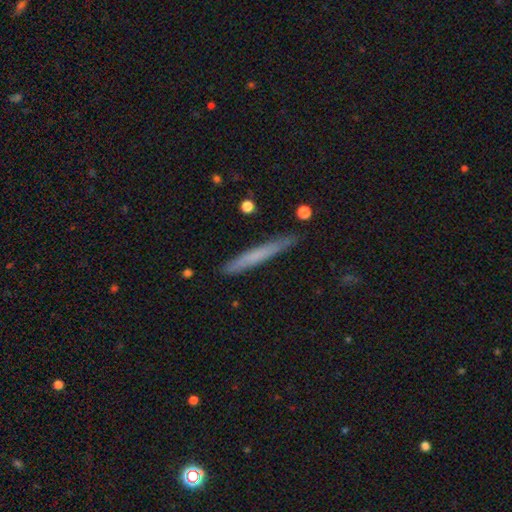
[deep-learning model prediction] Q: Smooth or featured?
A: smooth (63%); runner-up: featured or disk (30%)
Q: How rounded?
A: cigar-shaped (96%); runner-up: in between (3%)
Q: Merging?
A: none (86%); runner-up: minor disturbance (11%)